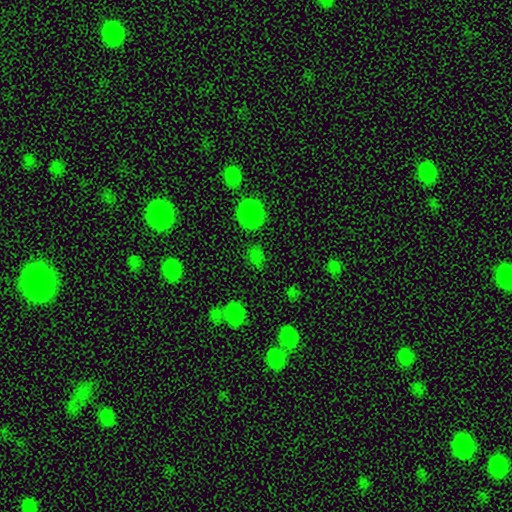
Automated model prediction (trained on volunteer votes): Smooth or featured?
  - smooth: 65% *
  - star or artifact: 29%
  - featured or disk: 6%
How rounded?
  - round: 56% *
  - in between: 41%
  - cigar-shaped: 3%
Merging?
  - none: 80% *
  - minor disturbance: 10%
  - major disturbance: 5%
  - merger: 5%